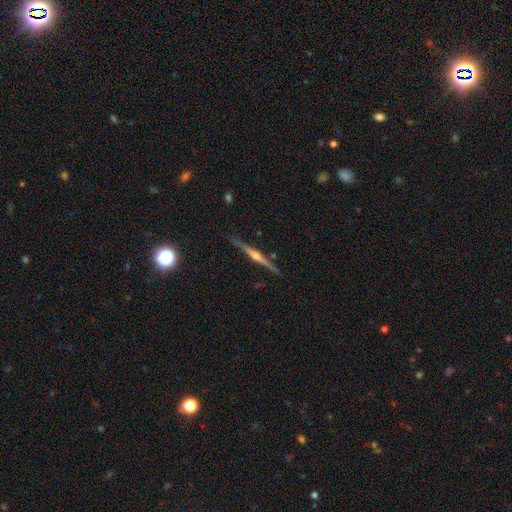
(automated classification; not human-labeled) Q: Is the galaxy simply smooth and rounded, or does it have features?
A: featured or disk — 81%.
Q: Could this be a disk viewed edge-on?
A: yes — 98%.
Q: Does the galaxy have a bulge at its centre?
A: rounded — 88%.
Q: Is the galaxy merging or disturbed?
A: none — 87%.